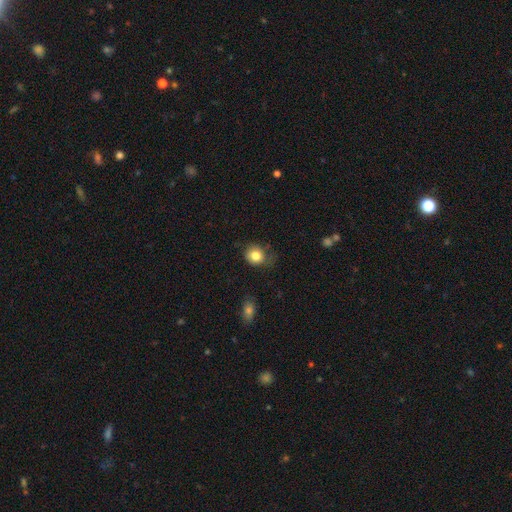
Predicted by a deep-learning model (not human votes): This is clearly a smooth galaxy (82%). How rounded: likely round (69%). Merging: likely none (62%).